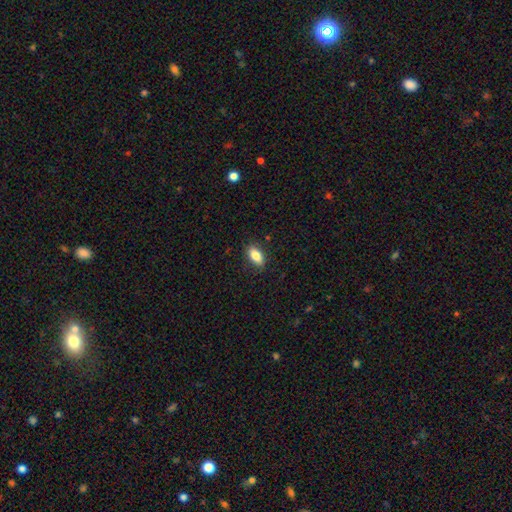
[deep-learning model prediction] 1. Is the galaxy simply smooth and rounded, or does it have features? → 83% smooth, 9% featured or disk, 8% star or artifact.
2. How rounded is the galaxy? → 87% in between, 8% cigar-shaped, 5% round.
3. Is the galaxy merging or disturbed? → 84% none, 13% minor disturbance, 3% major disturbance, 1% merger.